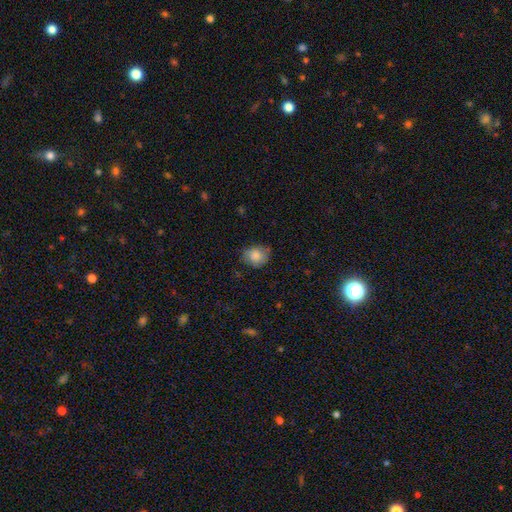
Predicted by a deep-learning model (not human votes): This is clearly a smooth galaxy (84%). How rounded: possibly round (58%). Merging: likely none (68%).